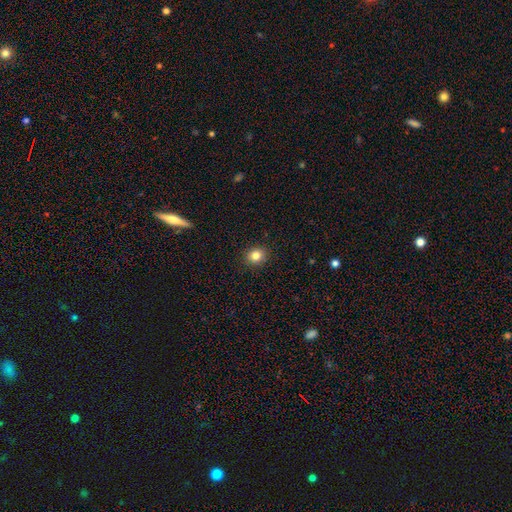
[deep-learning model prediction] Q: Smooth or featured?
A: smooth (82%); runner-up: star or artifact (11%)
Q: How rounded?
A: round (73%); runner-up: in between (26%)
Q: Merging?
A: none (90%); runner-up: minor disturbance (7%)